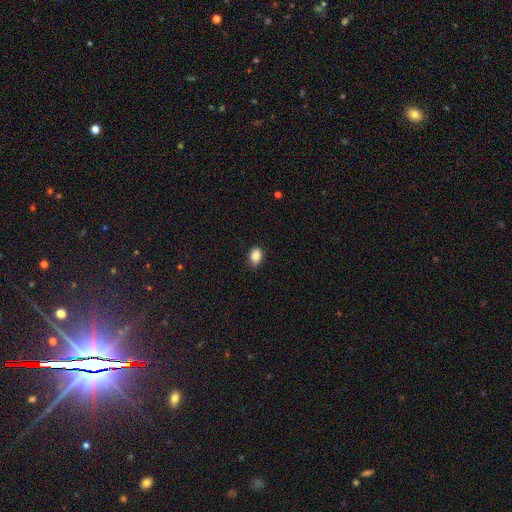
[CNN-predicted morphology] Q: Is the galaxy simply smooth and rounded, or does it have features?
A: smooth — 88%.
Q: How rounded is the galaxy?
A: in between — 72%.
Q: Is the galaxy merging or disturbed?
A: none — 78%.